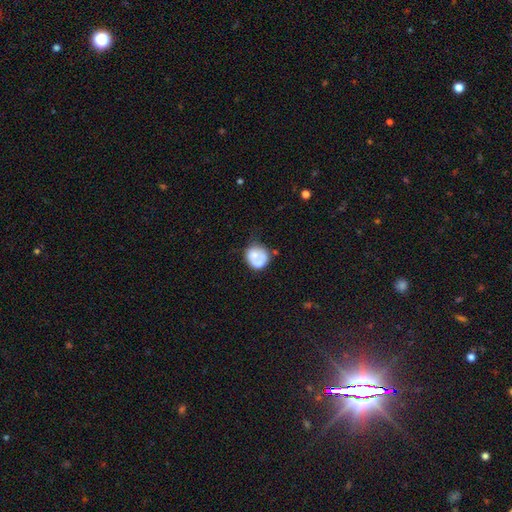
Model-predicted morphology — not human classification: smooth_or_featured: smooth (p=0.62) [alt: featured or disk p=0.31]
how_rounded: round (p=0.75) [alt: in between p=0.24]
merging: none (p=0.39) [alt: minor disturbance p=0.24]